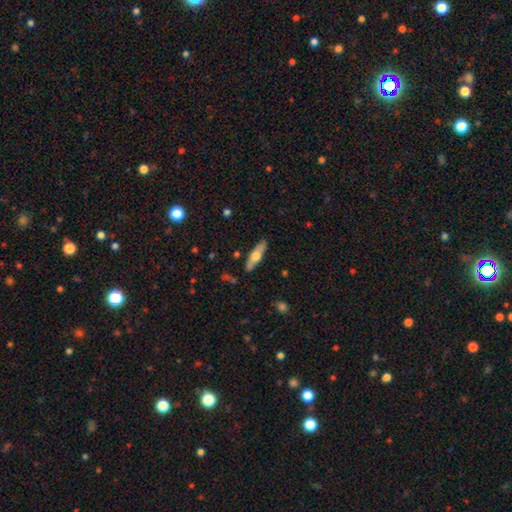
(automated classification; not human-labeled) This appears to be a smooth galaxy with no disk features (53%) that is cigar-shaped (58%). Merging: none (85%).